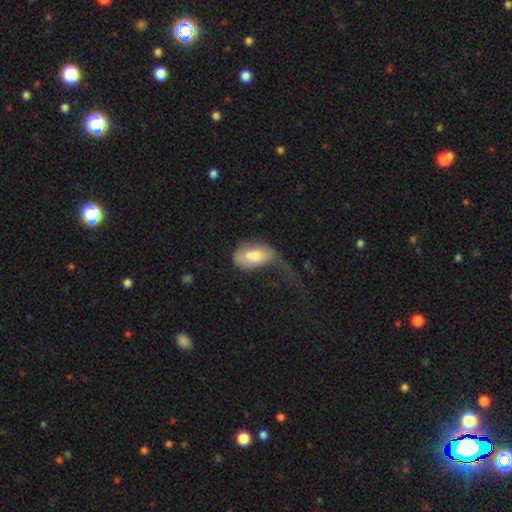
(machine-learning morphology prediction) smooth 60%, featured or disk 32%, star or artifact 8%. Down the decision tree: how rounded — in between (86%); merging — major disturbance (44%).